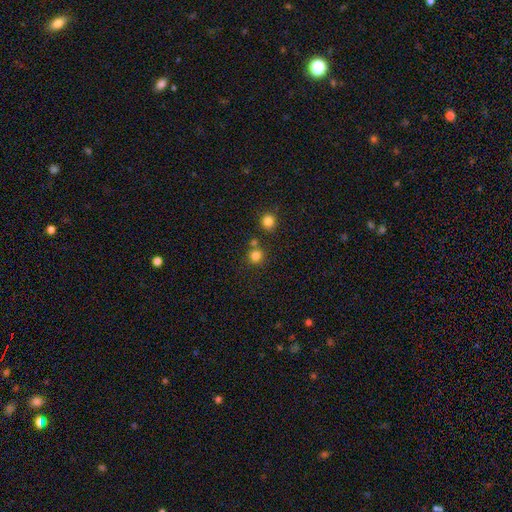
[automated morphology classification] Smooth or featured? smooth (81%)
How rounded? round (91%)
Merging? none (73%)